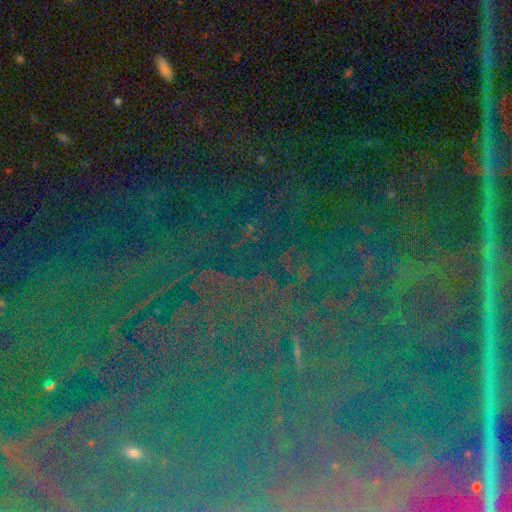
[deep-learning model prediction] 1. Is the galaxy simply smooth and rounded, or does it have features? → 84% star or artifact, 8% smooth, 8% featured or disk.